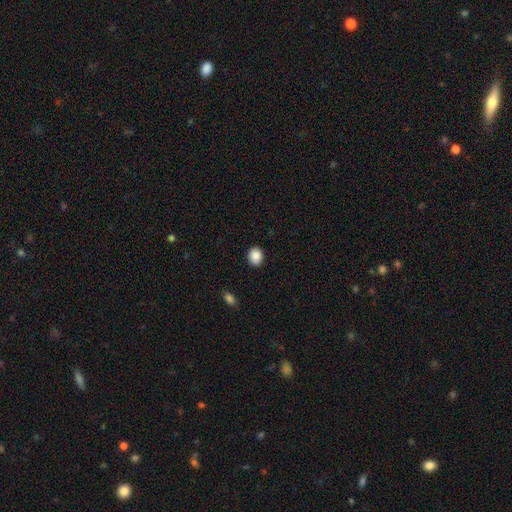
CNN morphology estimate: A smooth galaxy with no disk features (87%) that is round (59%). Merging: none (90%).